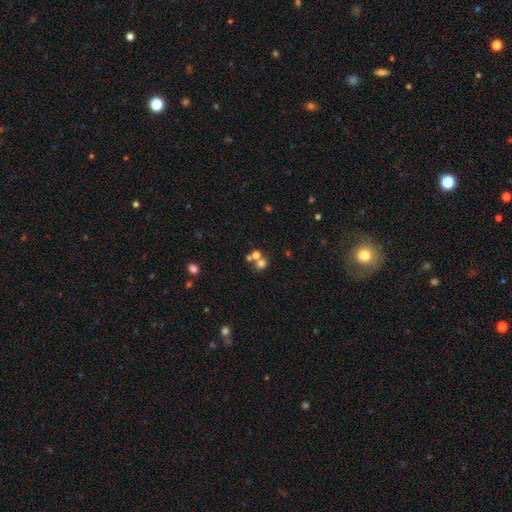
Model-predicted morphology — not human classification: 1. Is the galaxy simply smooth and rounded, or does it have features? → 67% smooth, 19% star or artifact, 14% featured or disk.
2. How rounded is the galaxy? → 81% round, 18% in between, 1% cigar-shaped.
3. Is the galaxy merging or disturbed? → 45% none (tied), 45% merger (tied), 6% minor disturbance, 4% major disturbance.